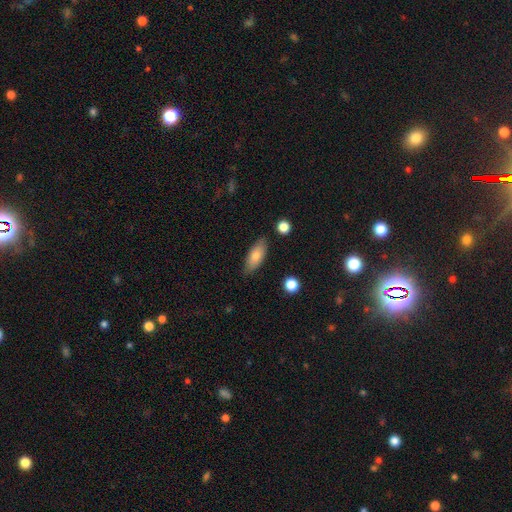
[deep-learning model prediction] A smooth galaxy with no disk features (76%) that is in between round and cigar-shaped (78%). Merging: none (81%).